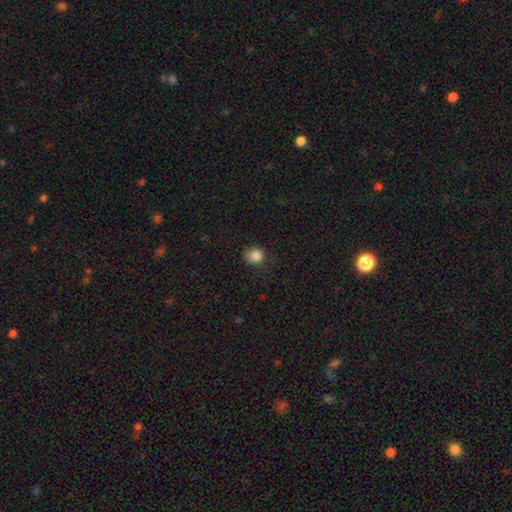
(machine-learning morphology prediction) Q: Smooth or featured?
A: smooth (85%); runner-up: star or artifact (11%)
Q: How rounded?
A: round (83%); runner-up: in between (16%)
Q: Merging?
A: none (70%); runner-up: minor disturbance (22%)